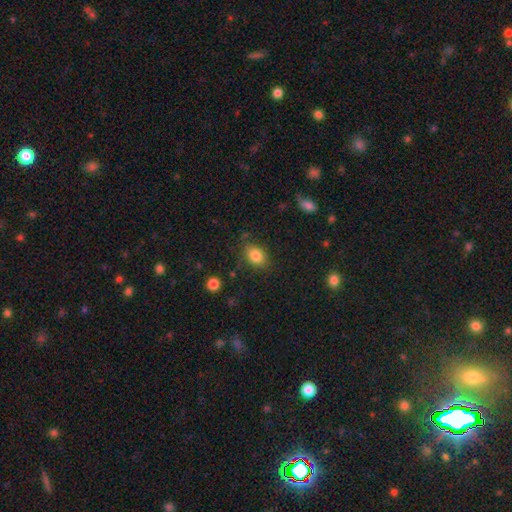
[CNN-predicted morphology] Overall: smooth (83%). How rounded: in between (70%). Merging: none (78%).